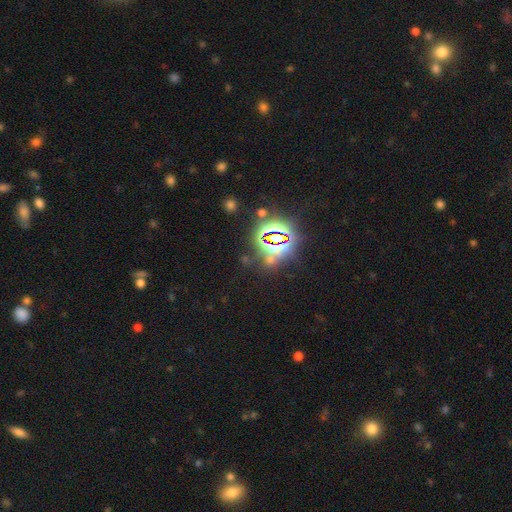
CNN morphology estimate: Overall: star or artifact (82%).